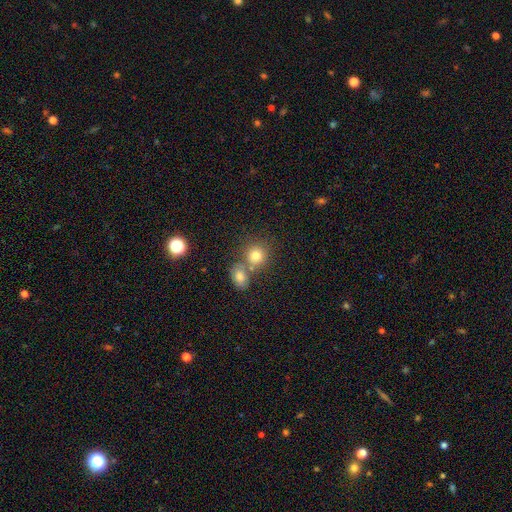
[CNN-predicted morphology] type=smooth (77%); roundness=round (81%); merging=none (53%).